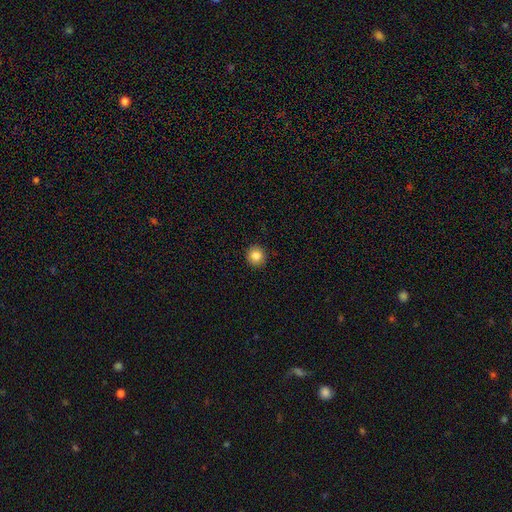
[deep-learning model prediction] Smooth or featured? smooth (84%)
How rounded? round (95%)
Merging? none (93%)